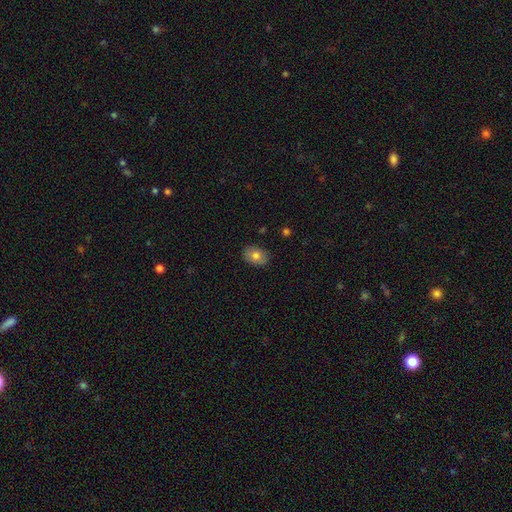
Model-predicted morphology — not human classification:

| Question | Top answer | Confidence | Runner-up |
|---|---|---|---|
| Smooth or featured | smooth | 78% | featured or disk (14%) |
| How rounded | in between | 78% | round (21%) |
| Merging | none | 87% | minor disturbance (10%) |